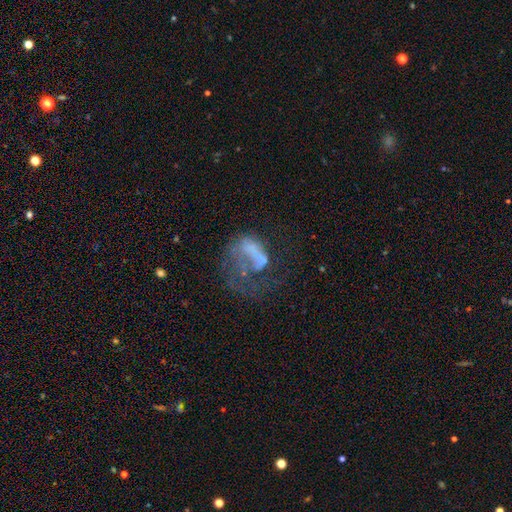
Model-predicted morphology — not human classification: Smooth or featured? Predicted: featured or disk (p=0.55). Edge-on disk? Predicted: no (p=0.97). Bar? Predicted: no (p=0.81). Spiral arms? Predicted: no (p=0.76). Bulge size? Predicted: none (p=0.70). Merging? Predicted: major disturbance (p=0.58).